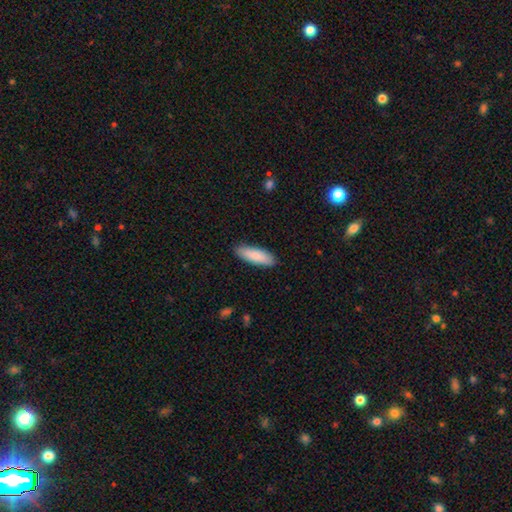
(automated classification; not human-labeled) Q: Smooth or featured?
A: smooth (88%); runner-up: featured or disk (7%)
Q: How rounded?
A: in between (56%); runner-up: cigar-shaped (43%)
Q: Merging?
A: none (89%); runner-up: minor disturbance (9%)